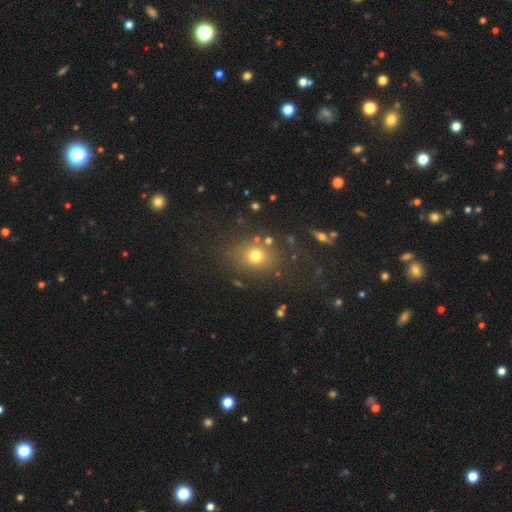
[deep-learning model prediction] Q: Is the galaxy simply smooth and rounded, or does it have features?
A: smooth — 72%.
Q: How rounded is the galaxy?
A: round — 66%.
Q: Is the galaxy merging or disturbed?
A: none — 80%.